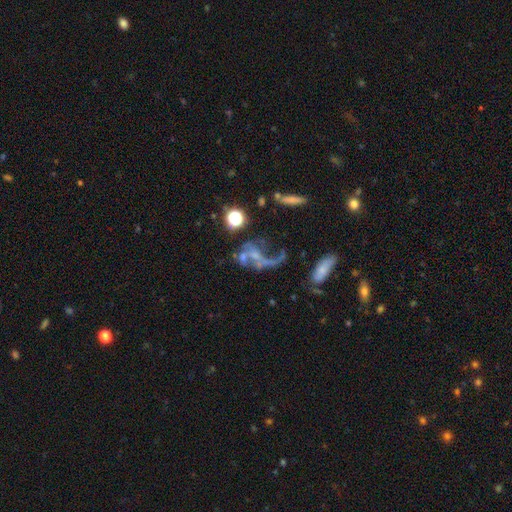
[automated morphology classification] This is likely a featured or disk galaxy (61%). It is clearly not viewed edge-on (94%). Bar: likely no (71%). Spiral arm pattern: possibly yes (53%). Central bulge: marginally none (41%). Merging: marginally major disturbance (38%).